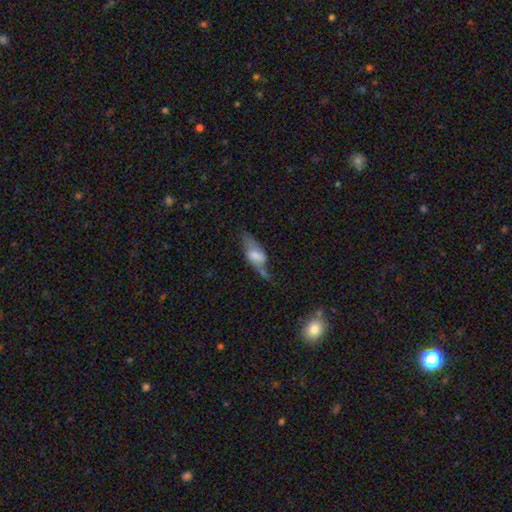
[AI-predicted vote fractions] The model was most divided on "merging": none: 36%, minor disturbance: 31%, major disturbance: 27%, merger: 6%. Remaining: smooth or featured — smooth (49%).